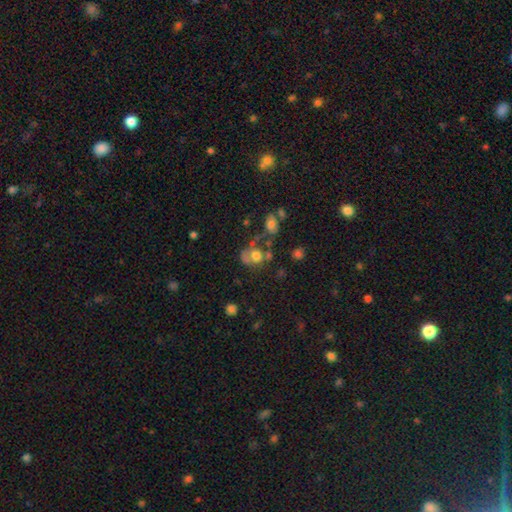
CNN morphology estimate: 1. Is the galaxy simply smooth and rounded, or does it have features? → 61% smooth, 26% featured or disk, 13% star or artifact.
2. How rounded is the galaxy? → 59% round, 40% in between, 1% cigar-shaped.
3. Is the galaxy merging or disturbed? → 33% none, 24% merger, 24% major disturbance, 20% minor disturbance.